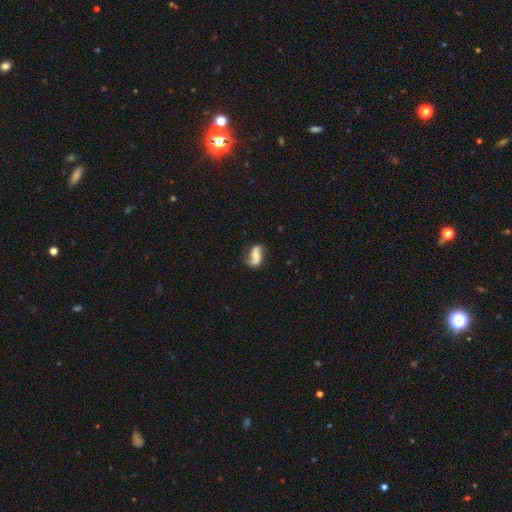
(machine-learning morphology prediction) smooth_or_featured: featured or disk (p=0.75) [alt: smooth p=0.18]
disk_edge_on: no (p=0.97) [alt: yes p=0.03]
bar: no (p=0.49) [alt: weak p=0.33]
has_spiral_arms: yes (p=0.92) [alt: no p=0.08]
spiral_winding: loose (p=0.59) [alt: medium p=0.31]
spiral_arm_count: 2 (p=0.87) [alt: 1 p=0.07]
bulge_size: moderate (p=0.49) [alt: small p=0.36]
merging: none (p=0.62) [alt: minor disturbance p=0.20]